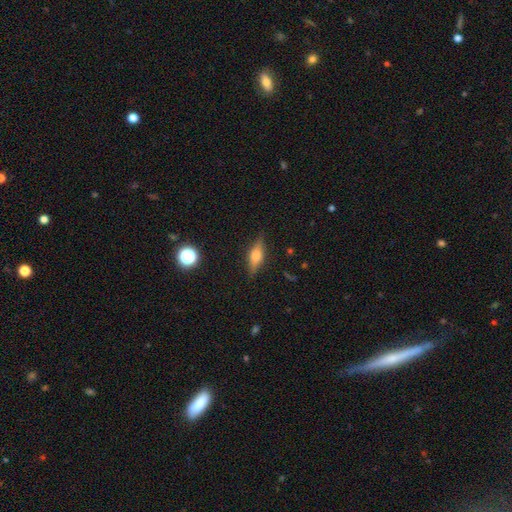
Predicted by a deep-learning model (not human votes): A featured or disk galaxy (48%). Merging: none (84%).